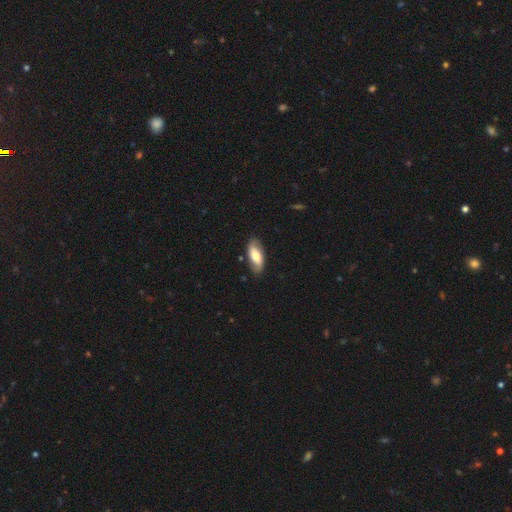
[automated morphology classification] This is possibly a smooth galaxy (49%). Merging: clearly none (83%).